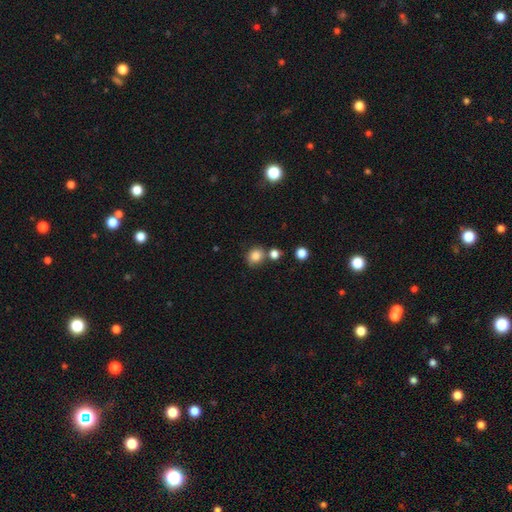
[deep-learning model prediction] This is clearly a smooth galaxy (83%). How rounded: likely round (70%). Merging: likely none (70%).